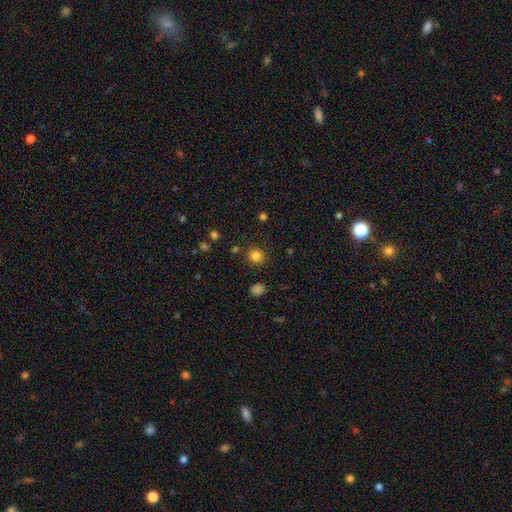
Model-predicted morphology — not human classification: A smooth galaxy with no disk features (83%) that is round (88%).

Vote fractions:
- Smooth or featured? smooth: 83% / star or artifact: 13% / featured or disk: 4%
- How rounded? round: 88% / in between: 12% / cigar-shaped: 1%
- Merging? none: 87% / minor disturbance: 8% / merger: 3% / major disturbance: 3%